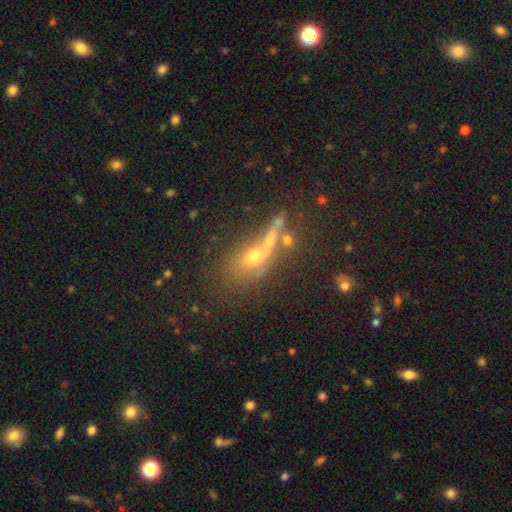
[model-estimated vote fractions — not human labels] smooth_or_featured: smooth (p=0.49) [alt: featured or disk p=0.32]
merging: merger (p=0.45) [alt: none p=0.27]